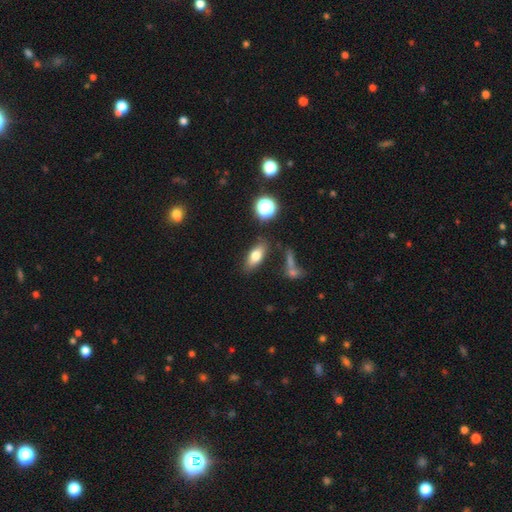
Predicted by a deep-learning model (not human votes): A smooth galaxy with no disk features (73%) that is in between round and cigar-shaped (77%). Merging: none (79%).